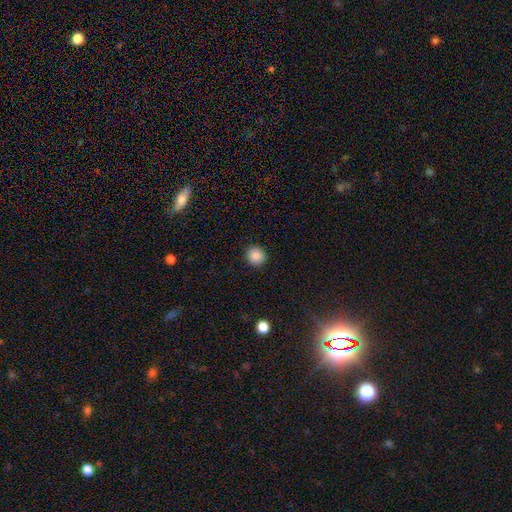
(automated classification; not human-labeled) This appears to be a smooth galaxy with no disk features (87%) that is round (91%). Merging: none (92%).